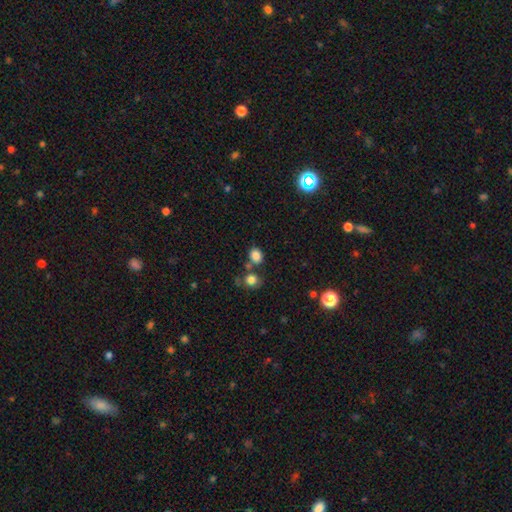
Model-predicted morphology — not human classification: smooth-or-featured: smooth: 83% | star or artifact: 12% | featured or disk: 5%
  how-rounded: round: 54% | in between: 45% | cigar-shaped: 1%
  merging: none: 66% | merger: 18% | minor disturbance: 12% | major disturbance: 4%